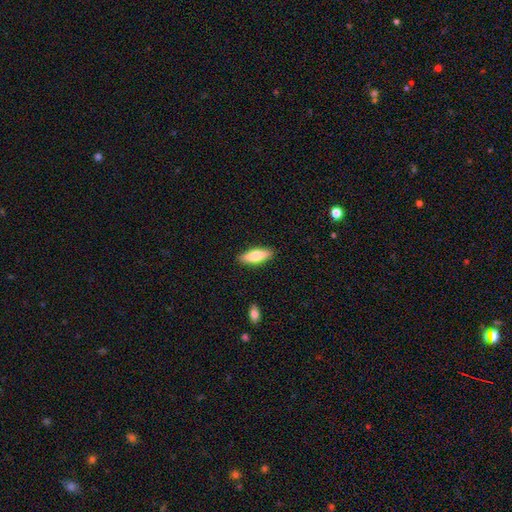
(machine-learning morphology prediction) Smooth or featured? Predicted: smooth (p=0.72). How rounded? Predicted: in between (p=0.55). Merging? Predicted: none (p=0.88).